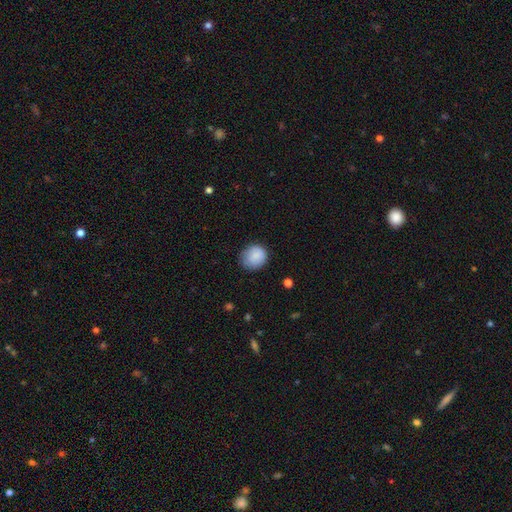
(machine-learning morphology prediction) The model was most divided on "merging": none: 74%, minor disturbance: 20%, major disturbance: 4%, merger: 1%. More confident: smooth or featured — smooth (87%); how rounded — round (79%).